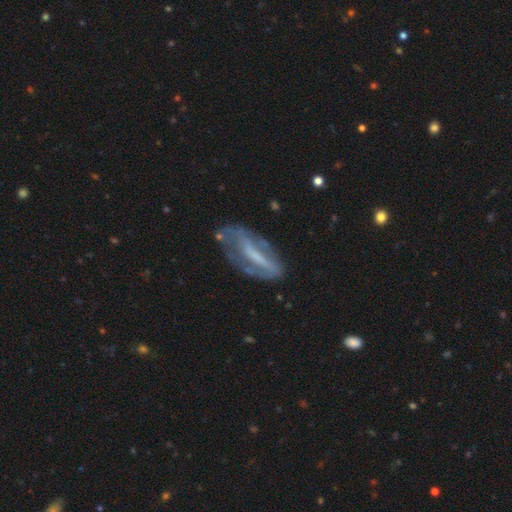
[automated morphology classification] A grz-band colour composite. It shows a featured or disk galaxy (68%) with a strong bar (52%), spiral arms (60%) and no central bulge (42%). Merging: none (49%).